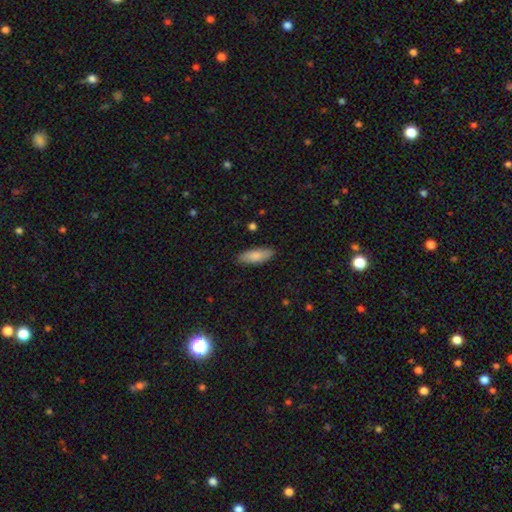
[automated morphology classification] Smooth or featured? Predicted: smooth (p=0.83). How rounded? Predicted: in between (p=0.69). Merging? Predicted: none (p=0.88).